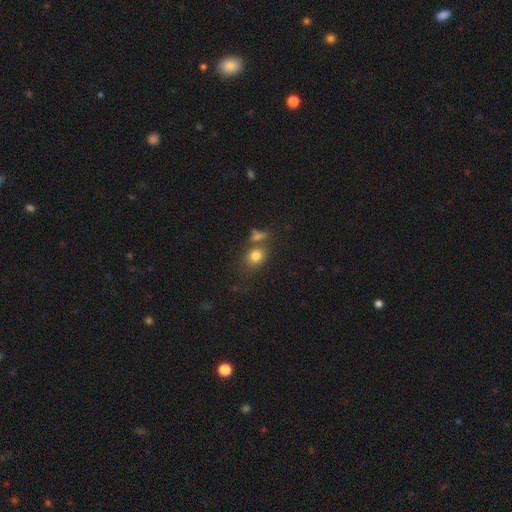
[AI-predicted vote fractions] Smooth or featured: smooth — 80% (star or artifact — 12%)
How rounded: round — 59% (in between — 39%)
Merging: none — 58% (merger — 22%)